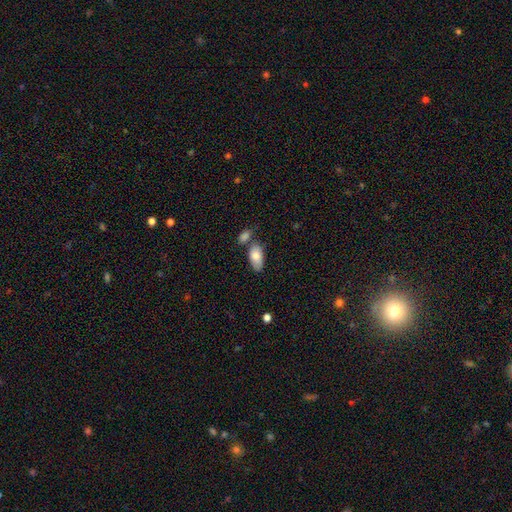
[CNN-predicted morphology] A smooth galaxy with no disk features (79%) that is in between round and cigar-shaped (92%).

Vote fractions:
- Smooth or featured? smooth: 79% / featured or disk: 15% / star or artifact: 6%
- How rounded? in between: 92% / cigar-shaped: 5% / round: 3%
- Merging? none: 57% / merger: 22% / minor disturbance: 17% / major disturbance: 4%